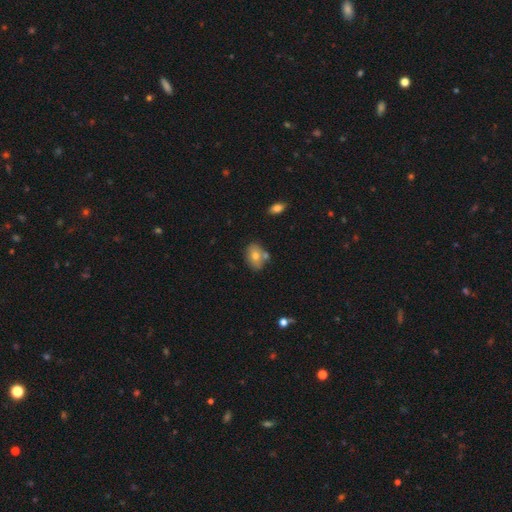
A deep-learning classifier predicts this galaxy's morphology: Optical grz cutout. It shows a smooth galaxy with no disk features (71%) that is in between round and cigar-shaped (73%). Merging: none (67%).